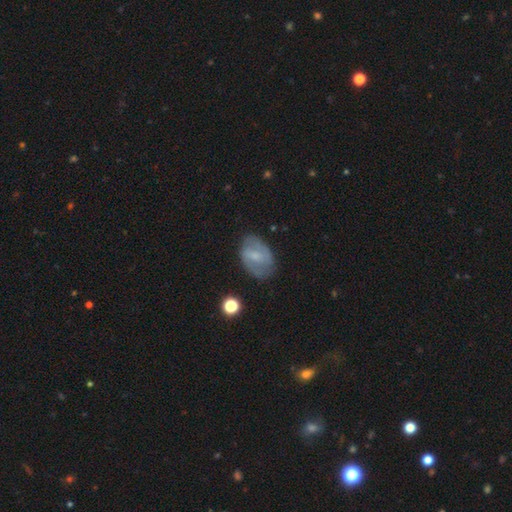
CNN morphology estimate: A featured or disk galaxy (51%). Merging: none (71%).